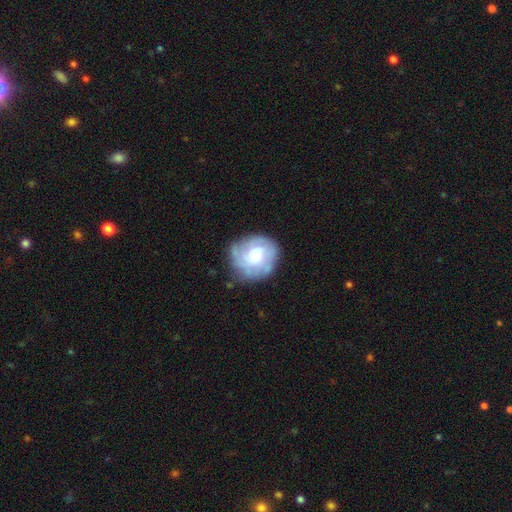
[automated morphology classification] This is possibly a featured or disk galaxy (55%). It is clearly not viewed edge-on (97%). Bar: likely no (78%). Spiral arm pattern: likely yes (72%). Central bulge: likely moderate (64%). Merging: likely none (72%).